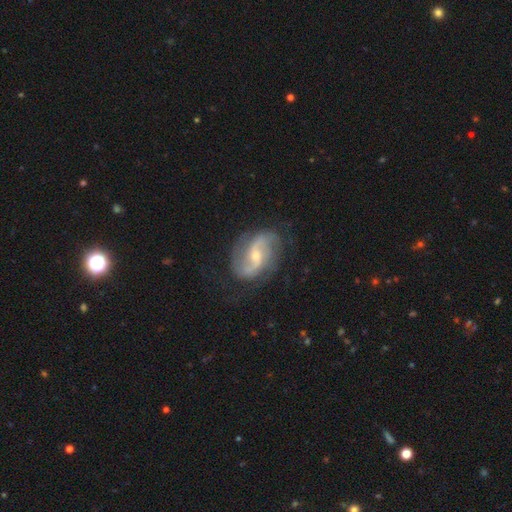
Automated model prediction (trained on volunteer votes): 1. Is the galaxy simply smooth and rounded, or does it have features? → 87% featured or disk, 7% smooth, 5% star or artifact.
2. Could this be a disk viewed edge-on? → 97% no, 3% yes.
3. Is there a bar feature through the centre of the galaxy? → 45% weak, 35% no, 21% strong.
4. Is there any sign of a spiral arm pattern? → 96% yes, 4% no.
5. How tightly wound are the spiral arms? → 51% loose, 38% medium, 12% tight.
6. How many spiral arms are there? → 89% 2, 4% can't tell, 3% 3, 2% 1, 1% 4, 1% more than 4.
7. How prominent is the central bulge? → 53% small, 43% moderate, 2% large, 2% none, 1% dominant.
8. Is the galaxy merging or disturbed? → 76% none, 15% minor disturbance, 7% major disturbance, 1% merger.